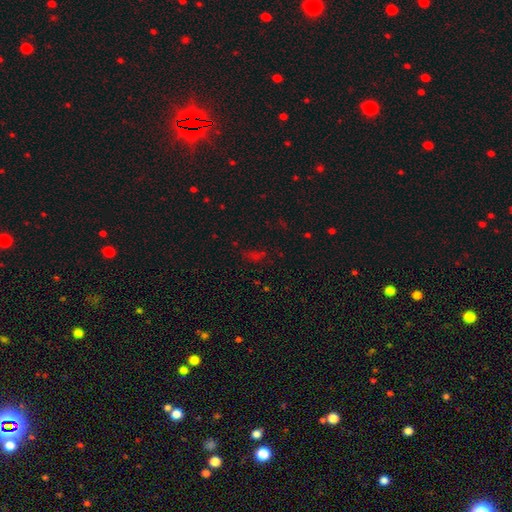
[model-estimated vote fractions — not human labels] smooth_or_featured: smooth (p=0.46) [alt: star or artifact p=0.45]
merging: none (p=0.60) [alt: minor disturbance p=0.19]